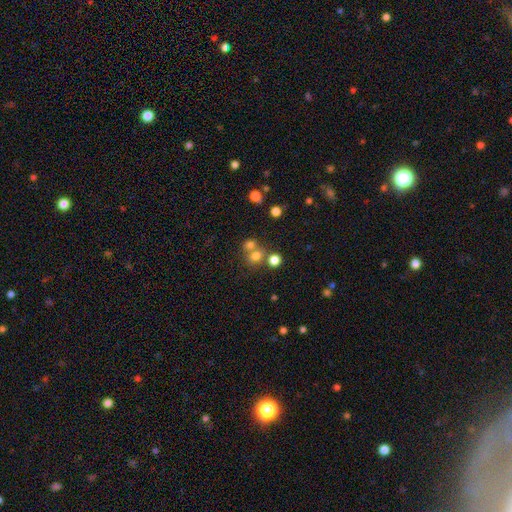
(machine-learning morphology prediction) This is likely a smooth galaxy (70%). How rounded: likely round (75%). Merging: possibly none (47%).